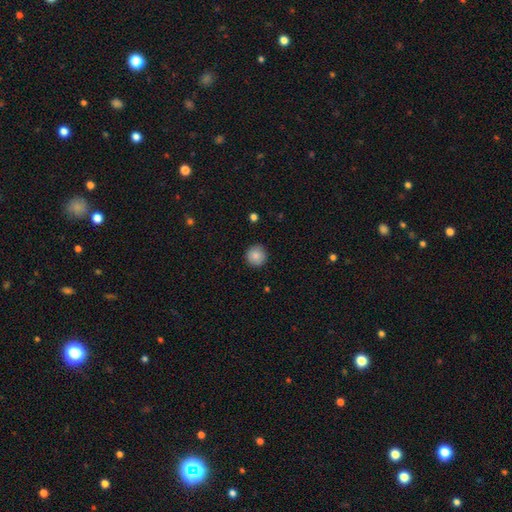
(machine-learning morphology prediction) Smooth or featured: smooth — 86% (star or artifact — 8%)
How rounded: round — 94% (in between — 5%)
Merging: none — 89% (minor disturbance — 8%)